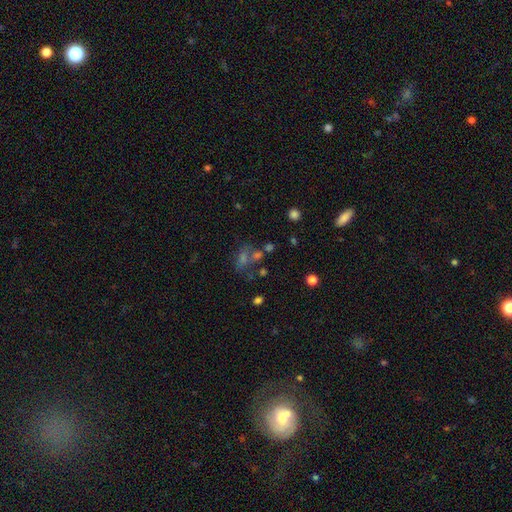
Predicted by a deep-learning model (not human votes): Smooth or featured? Predicted: star or artifact (p=0.36).